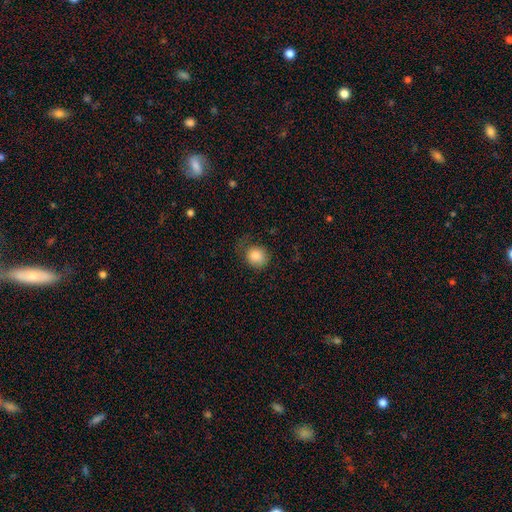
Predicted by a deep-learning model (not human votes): Smooth or featured? Predicted: smooth (p=0.83). How rounded? Predicted: round (p=0.82). Merging? Predicted: none (p=0.62).